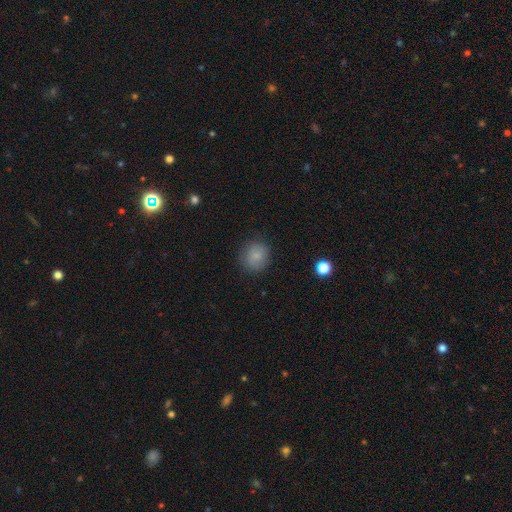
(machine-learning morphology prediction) A smooth galaxy with no disk features (83%) that is round (84%).

Vote fractions:
- Smooth or featured? smooth: 83% / star or artifact: 10% / featured or disk: 7%
- How rounded? round: 84% / in between: 15% / cigar-shaped: 1%
- Merging? none: 84% / minor disturbance: 11% / major disturbance: 3% / merger: 1%